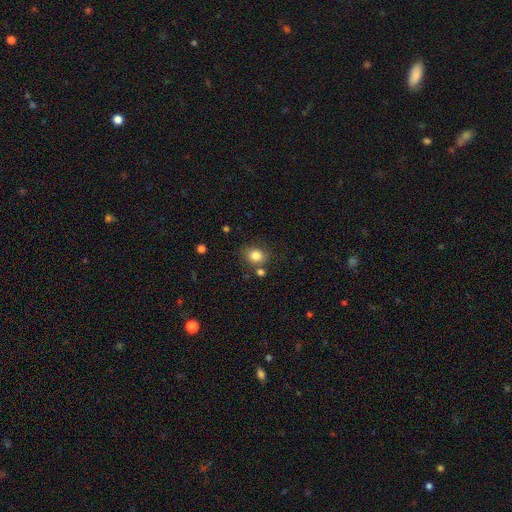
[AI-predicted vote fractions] Smooth or featured?
  - smooth: 82% *
  - star or artifact: 11%
  - featured or disk: 7%
How rounded?
  - round: 64% *
  - in between: 35%
  - cigar-shaped: 1%
Merging?
  - none: 73% *
  - minor disturbance: 14%
  - merger: 9%
  - major disturbance: 4%